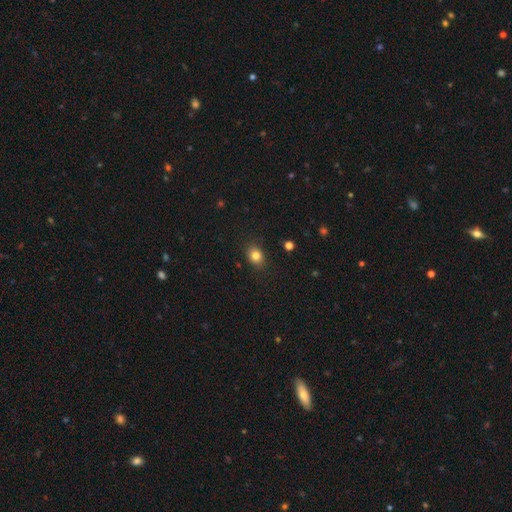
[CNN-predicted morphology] Smooth or featured? smooth (82%)
How rounded? in between (57%)
Merging? none (86%)